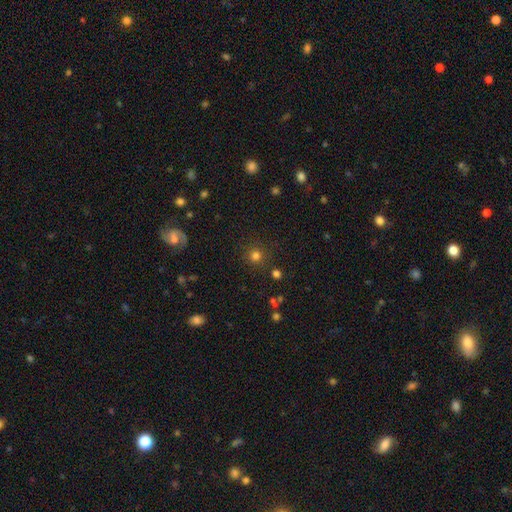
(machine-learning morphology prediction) smooth_or_featured: smooth (p=0.76) [alt: star or artifact p=0.18]
how_rounded: round (p=0.93) [alt: in between p=0.06]
merging: none (p=0.86) [alt: minor disturbance p=0.07]